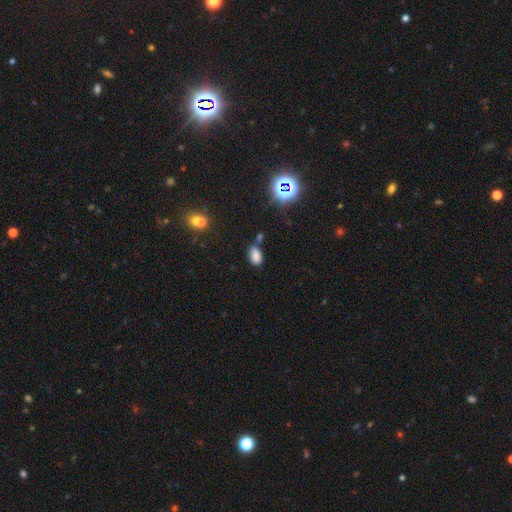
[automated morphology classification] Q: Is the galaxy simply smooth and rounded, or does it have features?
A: smooth — 79%.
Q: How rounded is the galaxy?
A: in between — 90%.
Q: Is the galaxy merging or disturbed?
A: none — 62%.